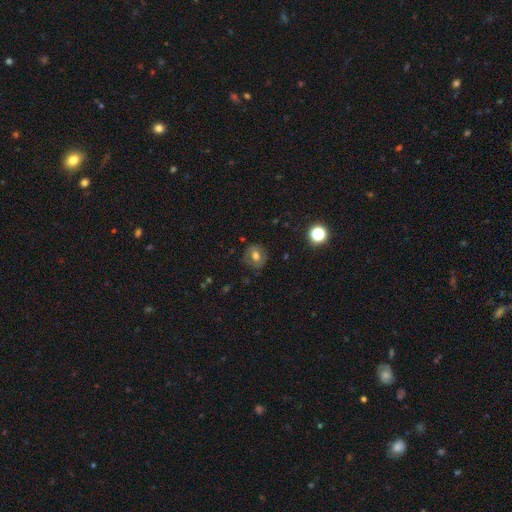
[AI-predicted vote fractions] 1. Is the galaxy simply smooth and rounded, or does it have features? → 58% smooth, 30% featured or disk, 12% star or artifact.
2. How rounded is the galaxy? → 72% round, 27% in between, 1% cigar-shaped.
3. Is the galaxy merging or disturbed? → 78% none, 15% minor disturbance, 6% major disturbance, 1% merger.